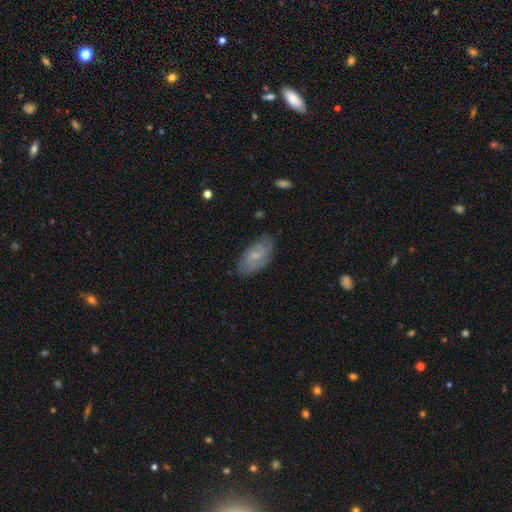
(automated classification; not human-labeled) This is possibly a featured or disk galaxy (53%). It is clearly not viewed edge-on (93%). Merging: likely none (76%).